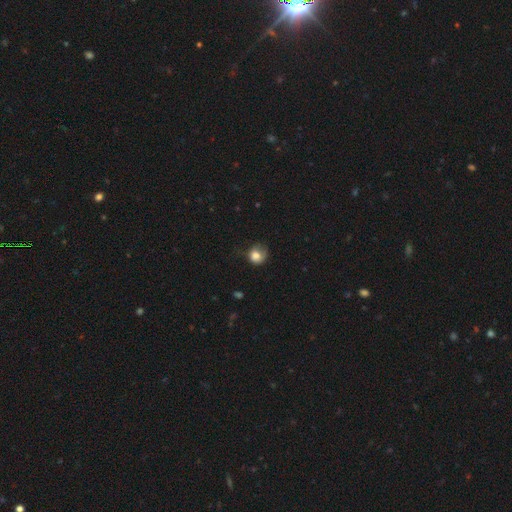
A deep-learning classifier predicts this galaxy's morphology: This is likely a smooth galaxy (78%). How rounded: likely round (75%). Merging: marginally none (44%).